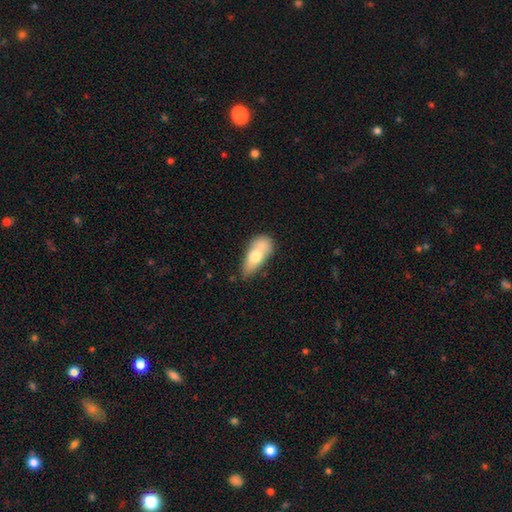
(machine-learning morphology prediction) Q: Smooth or featured?
A: smooth (68%); runner-up: featured or disk (25%)
Q: How rounded?
A: in between (80%); runner-up: cigar-shaped (14%)
Q: Merging?
A: none (35%); runner-up: merger (28%)